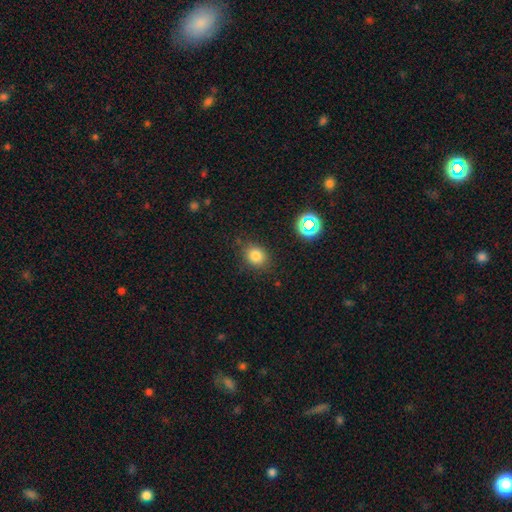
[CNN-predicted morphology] Q: Smooth or featured?
A: smooth (79%); runner-up: star or artifact (14%)
Q: How rounded?
A: round (59%); runner-up: in between (40%)
Q: Merging?
A: none (83%); runner-up: minor disturbance (12%)